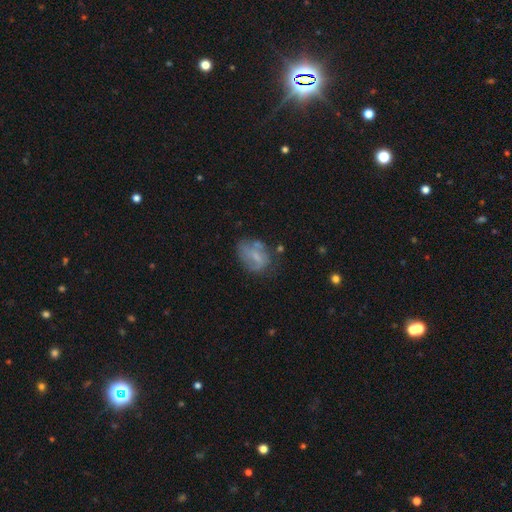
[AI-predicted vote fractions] Overall: smooth (50%; featured or disk 40%). Merging: none (47%; minor disturbance 29%).